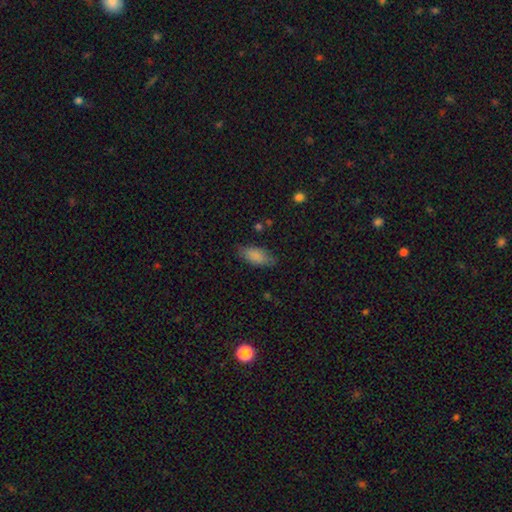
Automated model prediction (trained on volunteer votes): Smooth or featured?
  - smooth: 85% *
  - featured or disk: 8%
  - star or artifact: 7%
How rounded?
  - in between: 87% *
  - cigar-shaped: 11%
  - round: 2%
Merging?
  - none: 76% *
  - minor disturbance: 19%
  - major disturbance: 4%
  - merger: 1%